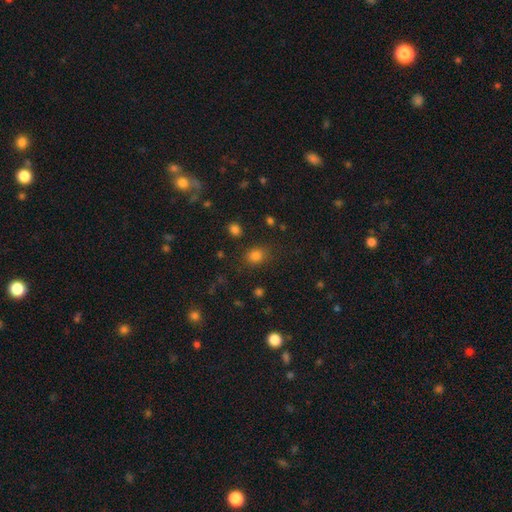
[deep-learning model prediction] Smooth or featured? smooth (80%)
How rounded? round (55%)
Merging? none (80%)